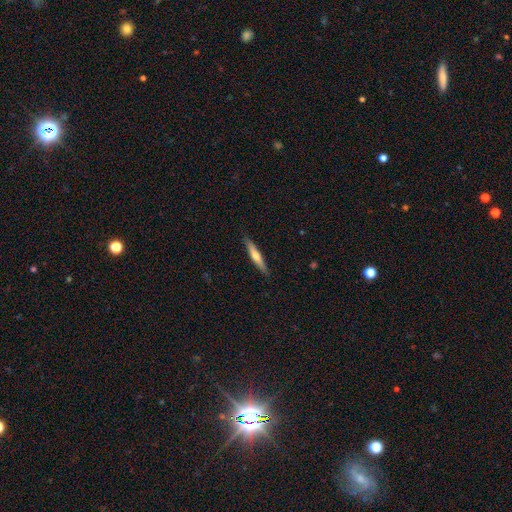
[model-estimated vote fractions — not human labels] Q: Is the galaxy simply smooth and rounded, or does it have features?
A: smooth — 49%.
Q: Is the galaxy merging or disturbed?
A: none — 89%.